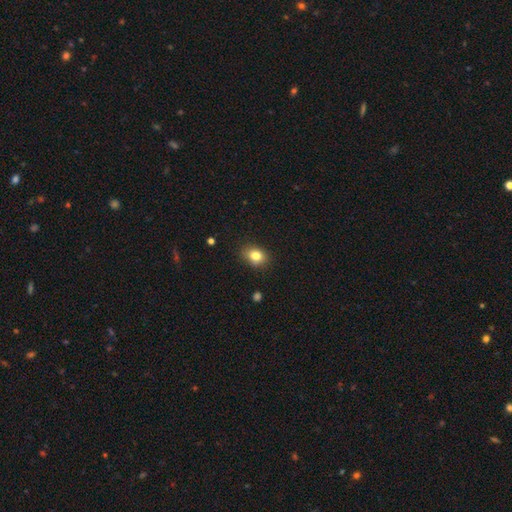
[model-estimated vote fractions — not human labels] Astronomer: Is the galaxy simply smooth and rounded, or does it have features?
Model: smooth — 81%.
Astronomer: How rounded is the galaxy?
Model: in between — 56% (runner-up: round, 43%).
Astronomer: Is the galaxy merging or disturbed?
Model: none — 85%.